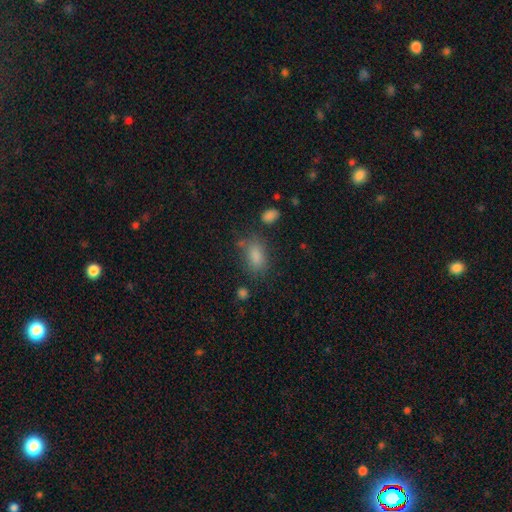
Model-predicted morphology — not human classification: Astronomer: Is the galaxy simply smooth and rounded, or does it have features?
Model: smooth — 81%.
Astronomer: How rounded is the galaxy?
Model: in between — 86%.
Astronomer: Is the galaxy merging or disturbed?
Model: none — 71%.